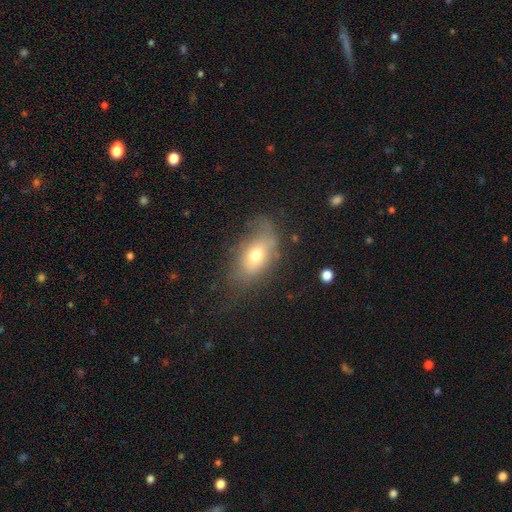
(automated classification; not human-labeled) This appears to be a smooth galaxy with no disk features (65%) that is in between round and cigar-shaped (86%). Merging: none (55%).